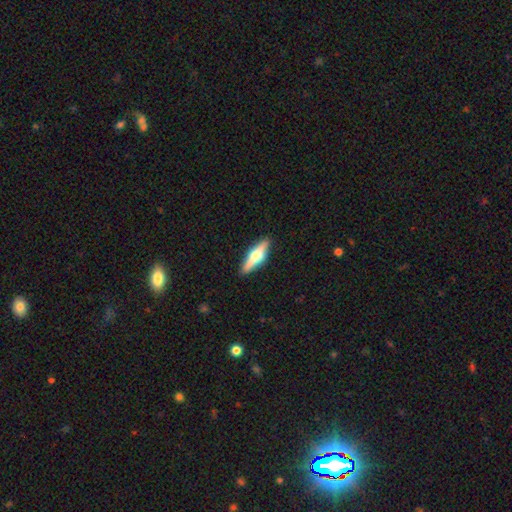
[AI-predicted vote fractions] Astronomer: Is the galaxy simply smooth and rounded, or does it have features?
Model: featured or disk — 60%.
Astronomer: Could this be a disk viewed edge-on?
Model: yes — 95%.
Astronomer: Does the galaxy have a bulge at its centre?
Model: rounded — 95%.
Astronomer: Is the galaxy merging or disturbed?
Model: none — 90%.